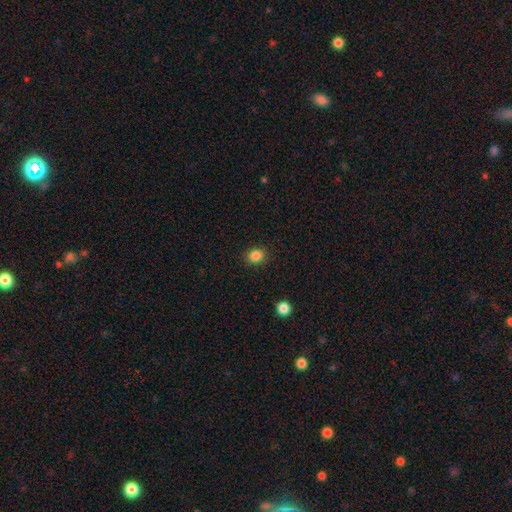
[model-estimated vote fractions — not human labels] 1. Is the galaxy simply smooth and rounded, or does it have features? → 86% smooth, 11% star or artifact, 4% featured or disk.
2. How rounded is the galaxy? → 64% round, 36% in between, 1% cigar-shaped.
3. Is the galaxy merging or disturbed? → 89% none, 7% minor disturbance, 2% major disturbance, 1% merger.